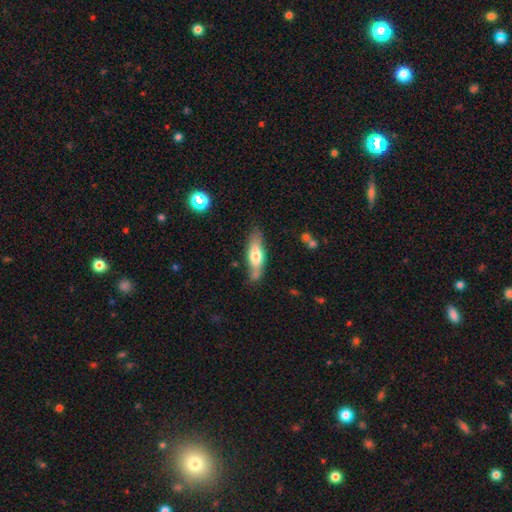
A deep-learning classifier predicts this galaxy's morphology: Smooth or featured?
  - smooth: 61% *
  - featured or disk: 33%
  - star or artifact: 6%
How rounded?
  - in between: 52% *
  - cigar-shaped: 46%
  - round: 2%
Merging?
  - none: 68% *
  - minor disturbance: 21%
  - merger: 7%
  - major disturbance: 5%